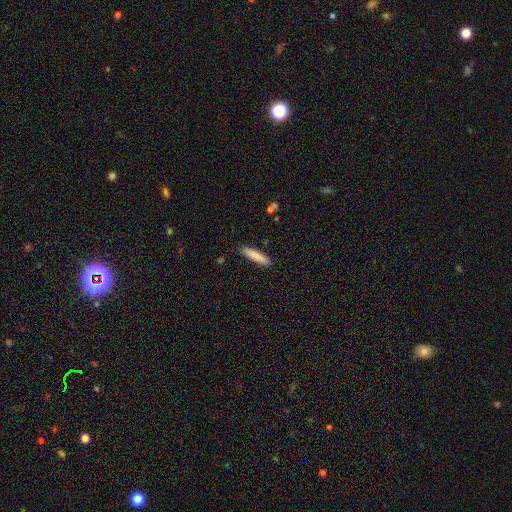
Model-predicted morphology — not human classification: Q: Smooth or featured?
A: smooth (84%); runner-up: featured or disk (10%)
Q: How rounded?
A: cigar-shaped (87%); runner-up: in between (12%)
Q: Merging?
A: none (89%); runner-up: minor disturbance (8%)